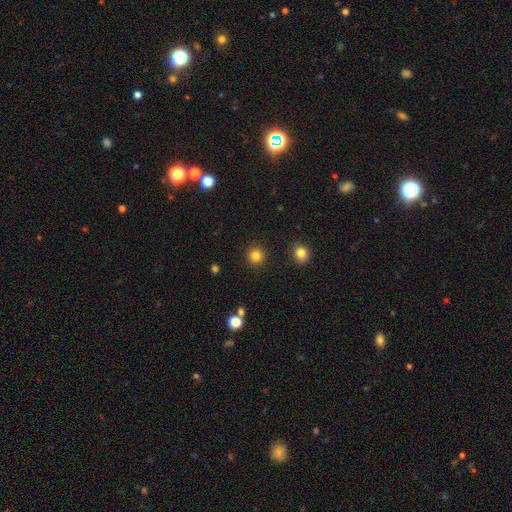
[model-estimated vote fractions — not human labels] A smooth galaxy with no disk features (85%) that is round (94%).

Vote fractions:
- Smooth or featured? smooth: 85% / star or artifact: 12% / featured or disk: 4%
- How rounded? round: 94% / in between: 5% / cigar-shaped: 1%
- Merging? none: 92% / minor disturbance: 4% / major disturbance: 2% / merger: 1%